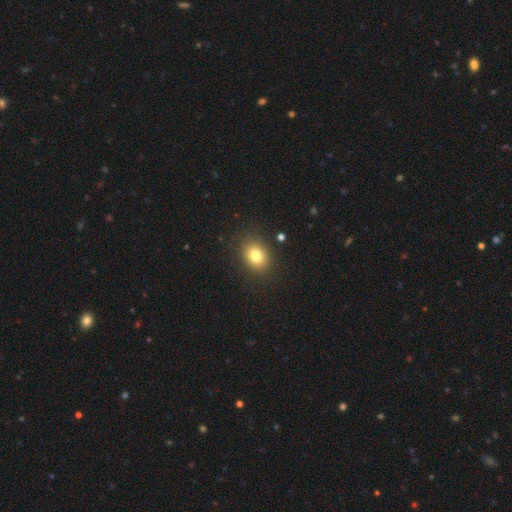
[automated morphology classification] This appears to be a smooth galaxy with no disk features (79%) that is round (52%). Merging: none (88%).